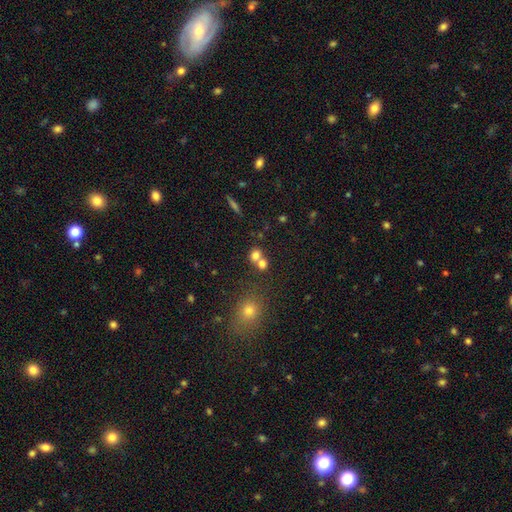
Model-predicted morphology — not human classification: This is likely a smooth galaxy (74%). How rounded: likely round (70%). Merging: possibly merger (51%).